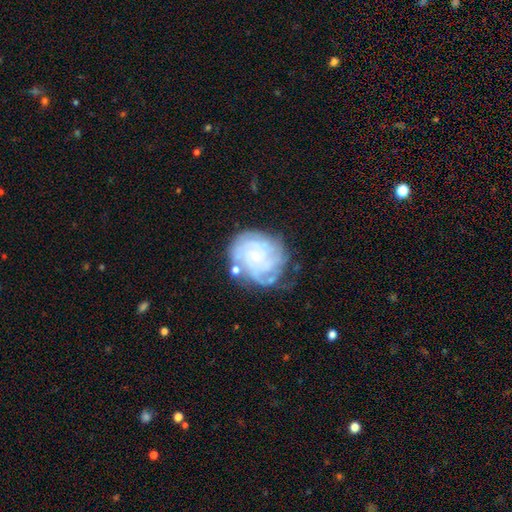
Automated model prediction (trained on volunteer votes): This appears to be a featured or disk galaxy (78%) with no bar (76%), tight (76%) spiral arms (95%) and a small central bulge (73%). Merging: none (61%).